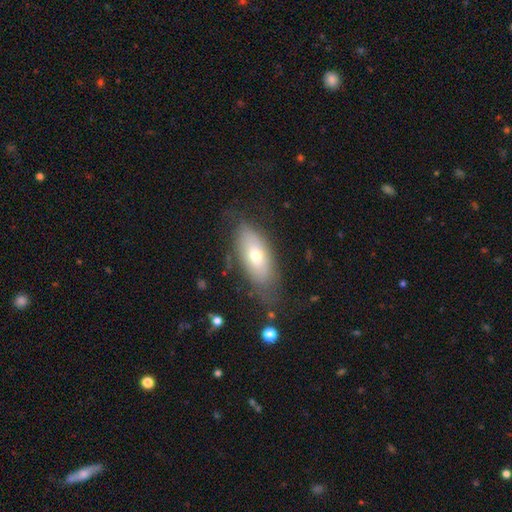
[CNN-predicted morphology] Smooth or featured? Predicted: smooth (p=0.58). How rounded? Predicted: in between (p=0.81). Merging? Predicted: none (p=0.66).